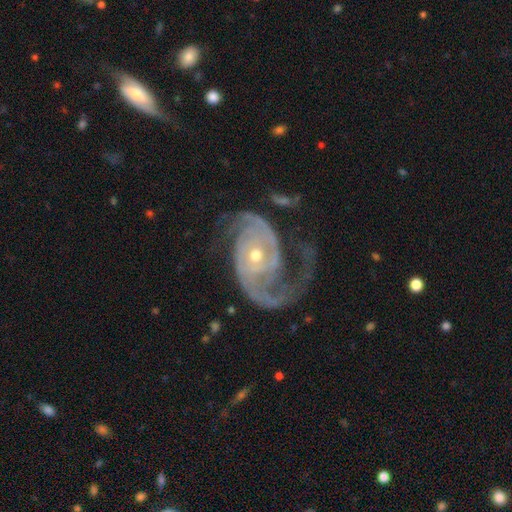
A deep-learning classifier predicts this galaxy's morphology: featured or disk 92%, star or artifact 4%, smooth 4%. Down the decision tree: edge-on disk — no (97%); bar — no (67%); spiral arms — yes (98%); spiral arm count — 2 (74%); spiral winding — medium (44%); bulge size — moderate (52%); merging — none (56%).